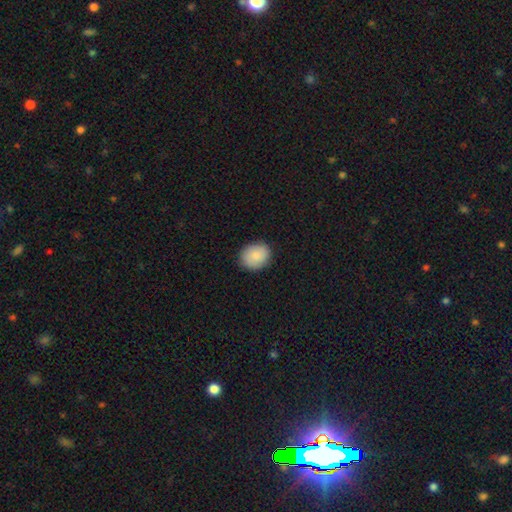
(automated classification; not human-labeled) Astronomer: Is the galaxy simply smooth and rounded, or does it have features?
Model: smooth — 86%.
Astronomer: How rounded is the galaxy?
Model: round — 59% (runner-up: in between, 40%).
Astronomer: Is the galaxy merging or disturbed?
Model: none — 88%.